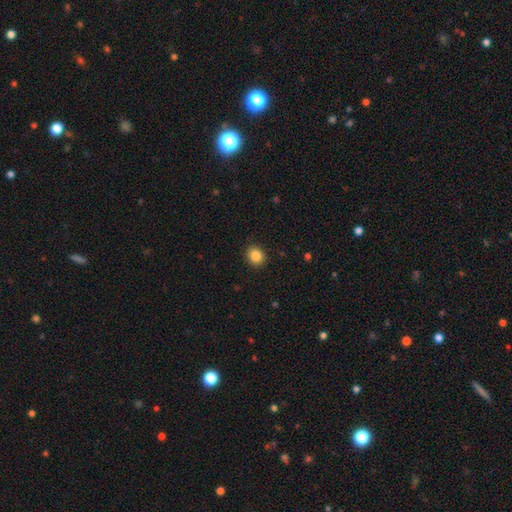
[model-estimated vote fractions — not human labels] Smooth or featured? Predicted: smooth (p=0.86). How rounded? Predicted: round (p=0.79). Merging? Predicted: none (p=0.91).